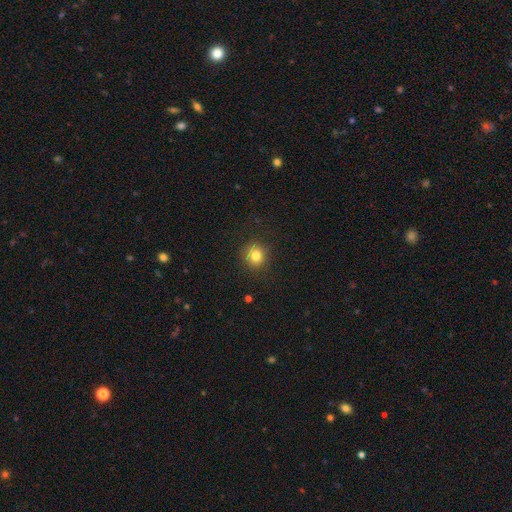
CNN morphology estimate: Smooth or featured? smooth (80%)
How rounded? round (91%)
Merging? none (88%)